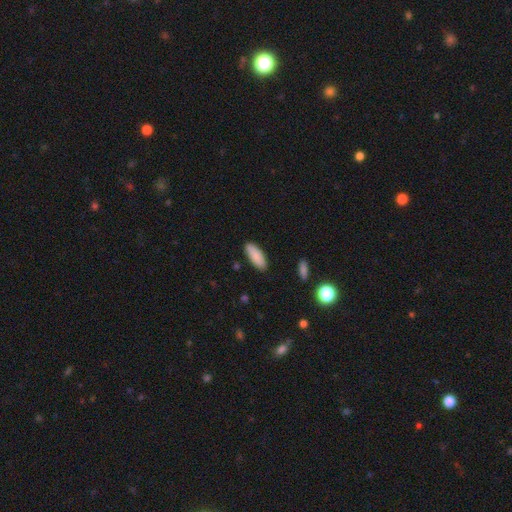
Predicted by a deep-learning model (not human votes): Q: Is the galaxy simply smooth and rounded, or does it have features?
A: smooth — 88%.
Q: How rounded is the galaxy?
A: in between — 70%.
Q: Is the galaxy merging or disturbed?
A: none — 88%.